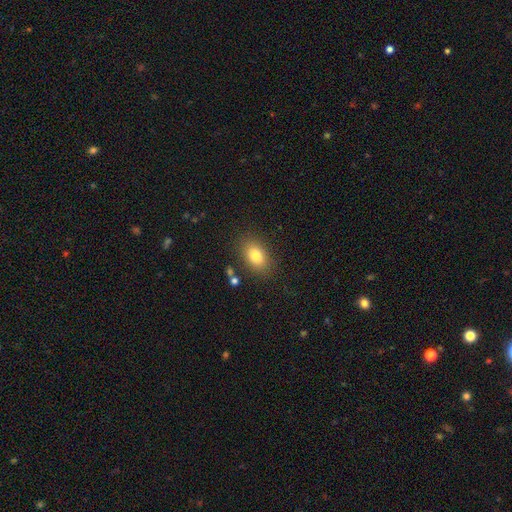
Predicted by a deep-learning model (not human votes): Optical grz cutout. It shows a smooth galaxy with no disk features (81%) that is in between round and cigar-shaped (81%). Merging: none (83%).